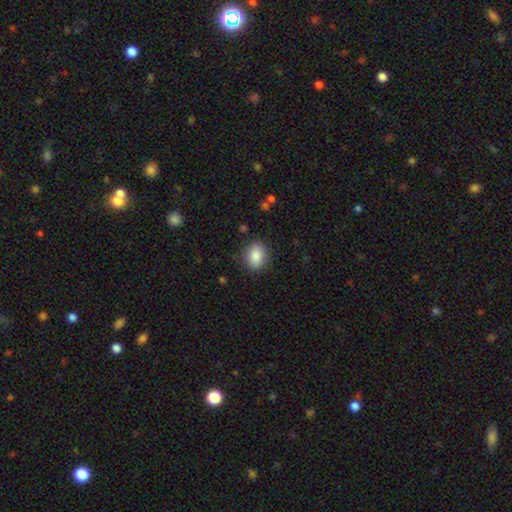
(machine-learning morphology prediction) Smooth or featured? Predicted: smooth (p=0.87). How rounded? Predicted: in between (p=0.61). Merging? Predicted: none (p=0.85).